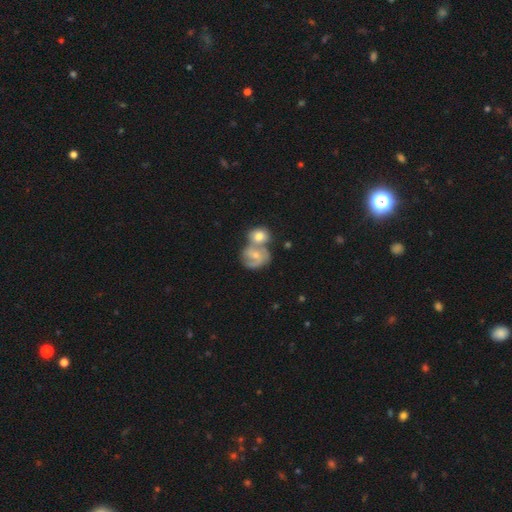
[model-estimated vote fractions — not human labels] Smooth or featured?
  - featured or disk: 66% *
  - smooth: 27%
  - star or artifact: 8%
Edge-on disk?
  - no: 97% *
  - yes: 3%
Bar?
  - no: 51% *
  - weak: 39%
  - strong: 10%
Spiral arms?
  - yes: 89% *
  - no: 11%
Spiral winding?
  - medium: 49% *
  - tight: 37%
  - loose: 14%
Spiral arm count?
  - 2: 43% *
  - 3: 26%
  - can't tell: 19%
  - 1: 5%
  - 4: 4%
  - more than 4: 3%
Bulge size?
  - small: 54% *
  - moderate: 40%
  - none: 3%
  - large: 2%
  - dominant: 1%
Merging?
  - merger: 53% *
  - none: 31%
  - minor disturbance: 11%
  - major disturbance: 5%